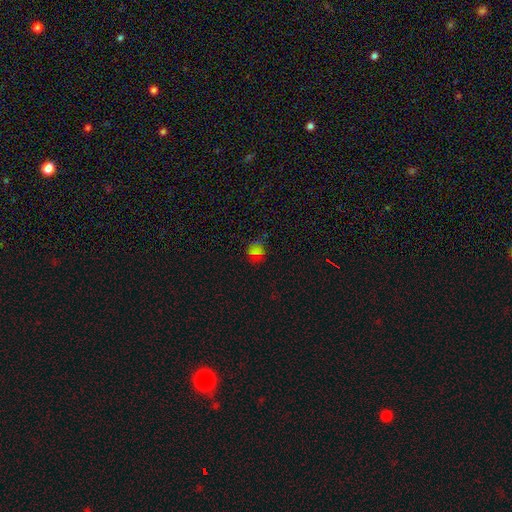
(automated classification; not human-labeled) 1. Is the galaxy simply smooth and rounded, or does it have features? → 51% smooth, 39% star or artifact, 10% featured or disk.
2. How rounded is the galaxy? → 70% round, 28% in between, 2% cigar-shaped.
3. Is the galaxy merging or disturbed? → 74% none, 16% minor disturbance, 7% major disturbance, 2% merger.